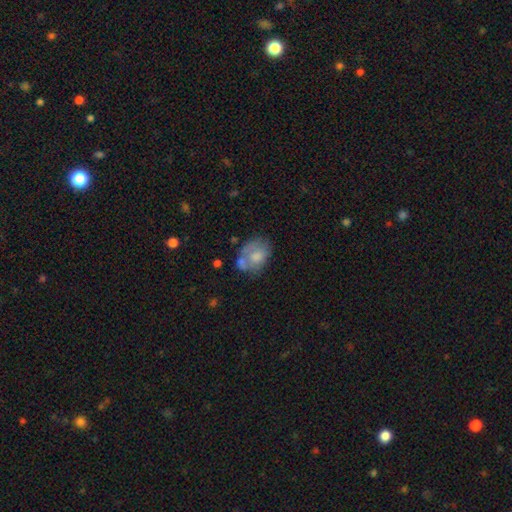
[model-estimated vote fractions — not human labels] Morphology: type=smooth (61%); roundness=in between (70%); merging=none (39%).